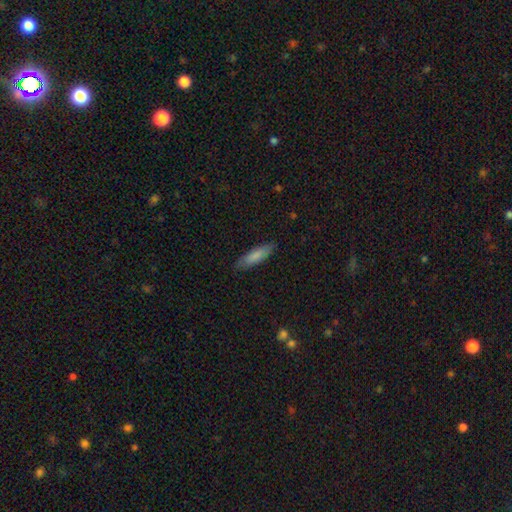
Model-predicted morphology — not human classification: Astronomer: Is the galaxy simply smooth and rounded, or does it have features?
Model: smooth — 82%.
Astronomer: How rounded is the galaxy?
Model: cigar-shaped — 61% (runner-up: in between, 37%).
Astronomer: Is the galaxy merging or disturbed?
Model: none — 84%.